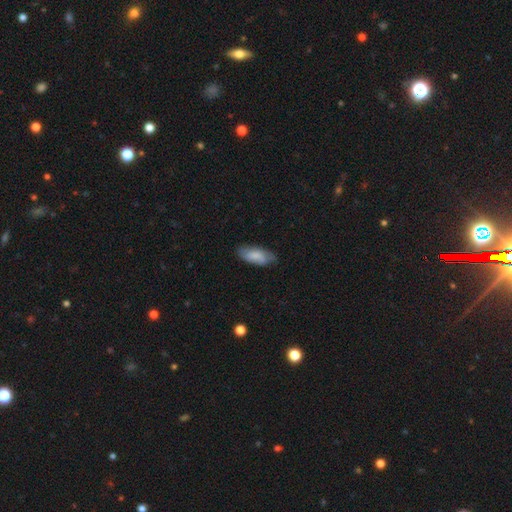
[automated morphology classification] The model was most divided on "merging": none: 72%, minor disturbance: 22%, major disturbance: 4%, merger: 1%. More confident: how rounded — in between (85%); smooth or featured — smooth (75%).